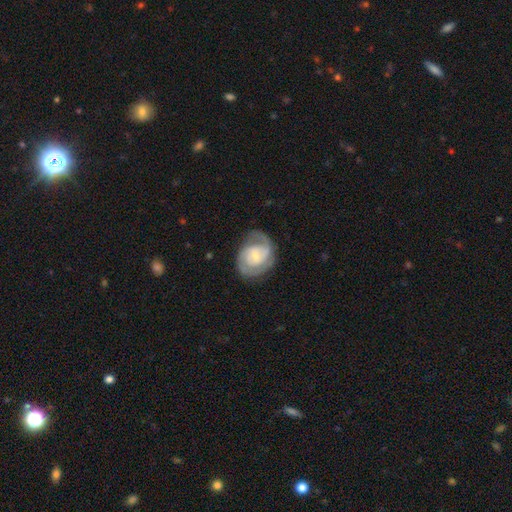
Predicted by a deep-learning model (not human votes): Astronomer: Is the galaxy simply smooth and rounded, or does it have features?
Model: featured or disk — 78%.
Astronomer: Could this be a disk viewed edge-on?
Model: no — 98%.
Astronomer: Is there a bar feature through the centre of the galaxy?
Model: no — 47% (runner-up: weak, 43%).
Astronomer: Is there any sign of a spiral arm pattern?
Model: yes — 93%.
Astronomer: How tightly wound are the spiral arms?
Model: tight — 46% (runner-up: medium, 42%).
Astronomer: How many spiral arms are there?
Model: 2 — 75%.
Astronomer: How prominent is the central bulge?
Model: small — 56%.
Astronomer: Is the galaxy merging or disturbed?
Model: none — 69%.